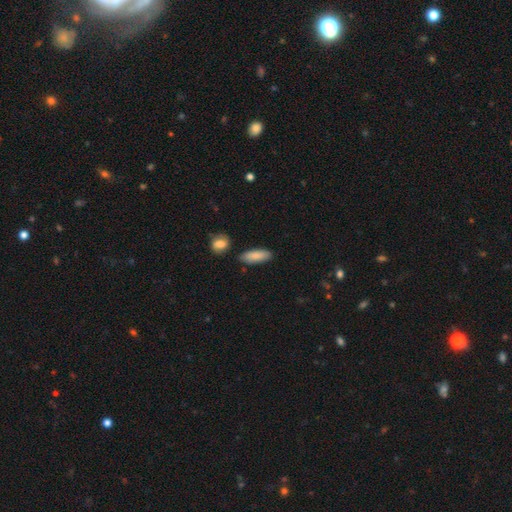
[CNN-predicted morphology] A smooth galaxy with no disk features (86%) that is in between round and cigar-shaped (70%).

Vote fractions:
- Smooth or featured? smooth: 86% / featured or disk: 8% / star or artifact: 6%
- How rounded? in between: 70% / cigar-shaped: 28% / round: 2%
- Merging? none: 82% / minor disturbance: 11% / merger: 4% / major disturbance: 2%